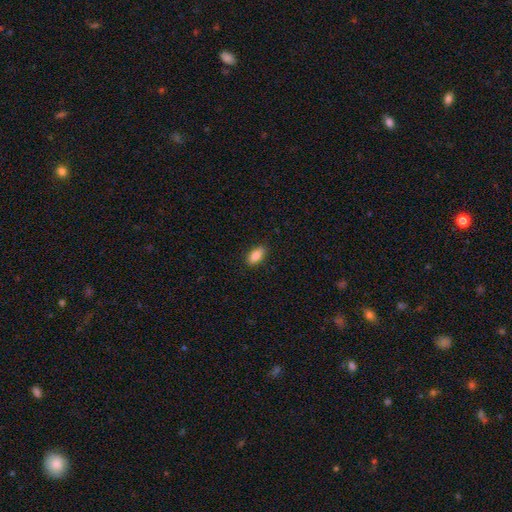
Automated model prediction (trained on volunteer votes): Overall: smooth (88%). How rounded: in between (90%). Merging: none (87%).